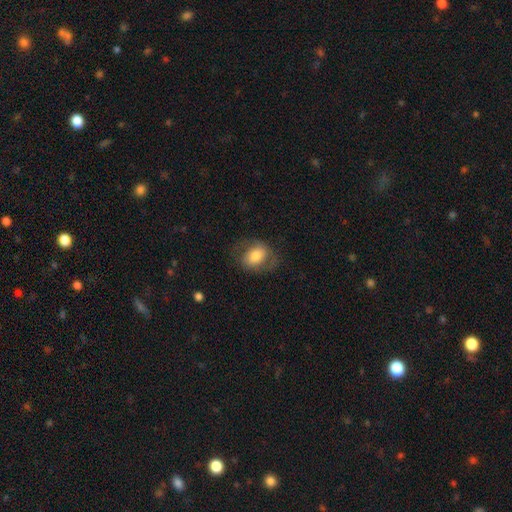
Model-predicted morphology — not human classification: Q: Smooth or featured?
A: smooth (62%); runner-up: featured or disk (30%)
Q: How rounded?
A: in between (61%); runner-up: round (38%)
Q: Merging?
A: none (67%); runner-up: minor disturbance (19%)